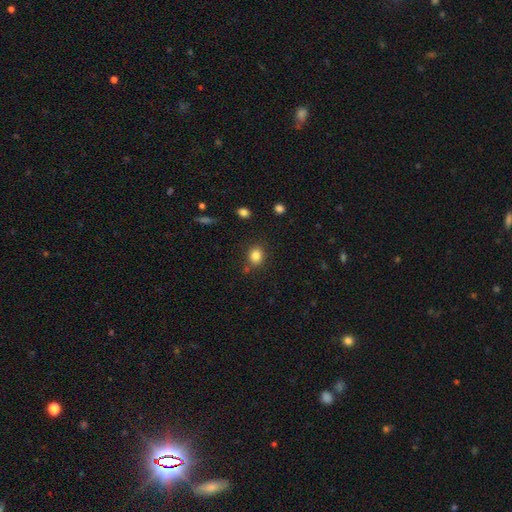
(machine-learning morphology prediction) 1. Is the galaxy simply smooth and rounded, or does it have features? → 83% smooth, 11% star or artifact, 6% featured or disk.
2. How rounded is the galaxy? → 58% round, 41% in between, 1% cigar-shaped.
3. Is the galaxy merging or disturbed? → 80% none, 11% minor disturbance, 5% merger, 3% major disturbance.